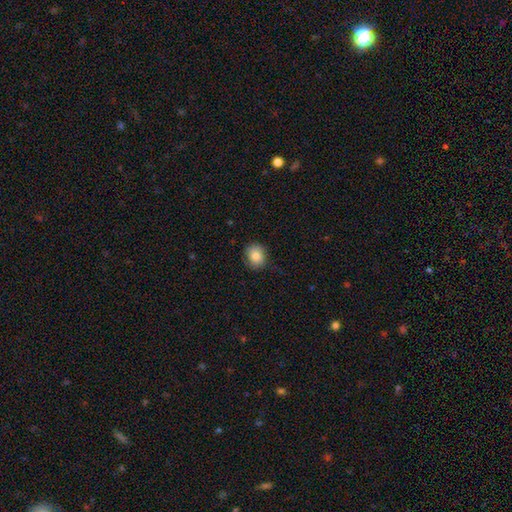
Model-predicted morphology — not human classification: Smooth or featured: smooth — 84% (star or artifact — 8%)
How rounded: round — 65% (in between — 34%)
Merging: none — 79% (minor disturbance — 17%)